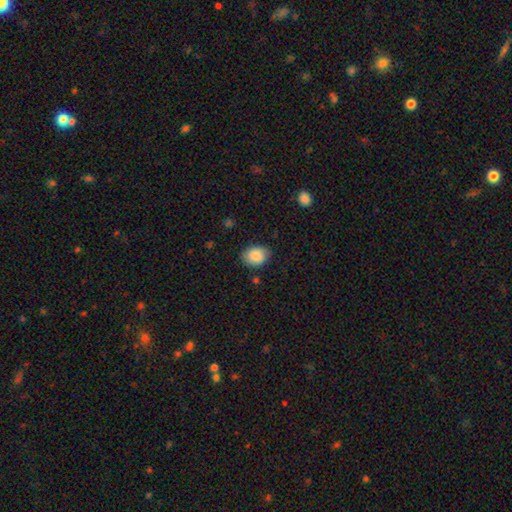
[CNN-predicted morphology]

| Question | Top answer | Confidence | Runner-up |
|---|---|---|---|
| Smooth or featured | smooth | 83% | featured or disk (10%) |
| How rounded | in between | 73% | round (26%) |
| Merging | none | 78% | minor disturbance (17%) |